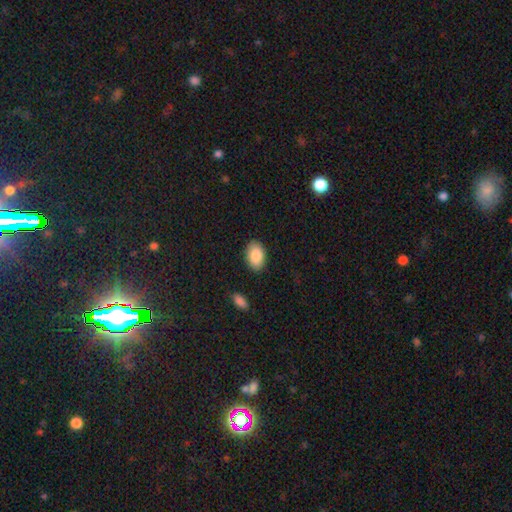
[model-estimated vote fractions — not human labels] This appears to be a smooth galaxy with no disk features (87%) that is in between round and cigar-shaped (91%). Merging: none (87%).